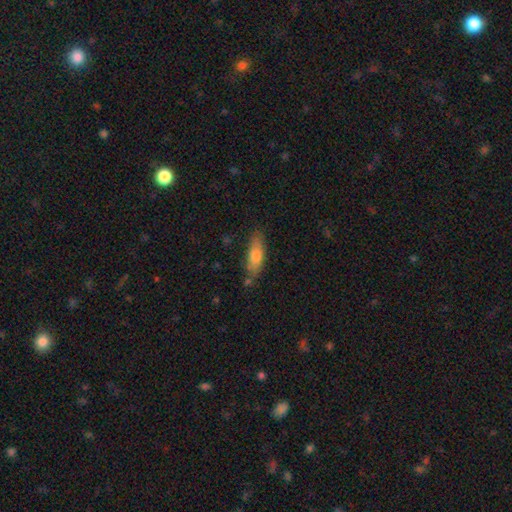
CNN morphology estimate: Smooth or featured?
  - smooth: 72% *
  - featured or disk: 22%
  - star or artifact: 7%
How rounded?
  - in between: 55% *
  - cigar-shaped: 43%
  - round: 2%
Merging?
  - none: 71% *
  - minor disturbance: 20%
  - merger: 5%
  - major disturbance: 4%